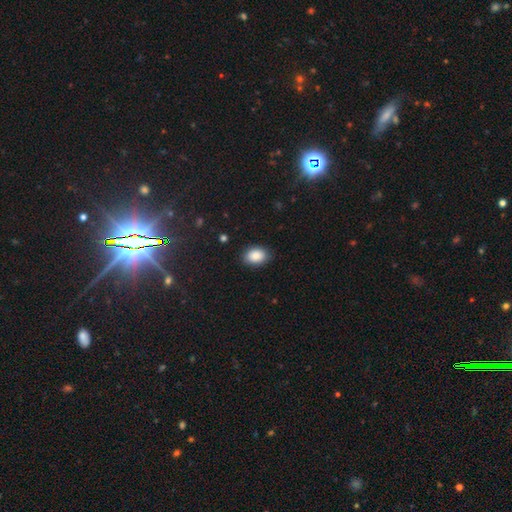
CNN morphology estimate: A smooth galaxy with no disk features (89%) that is in between round and cigar-shaped (82%). Merging: none (86%).